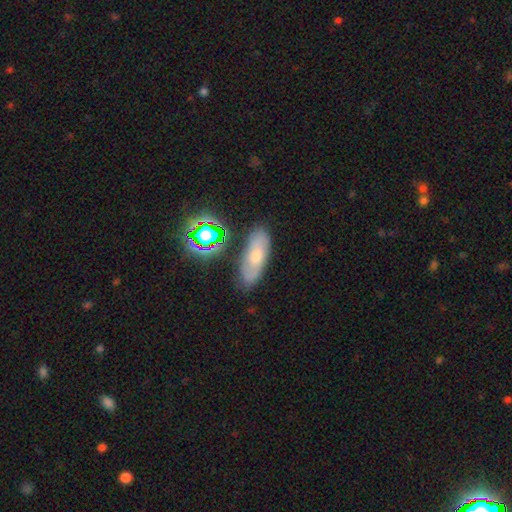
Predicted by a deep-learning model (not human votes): Smooth or featured?
  - smooth: 51% *
  - featured or disk: 34%
  - star or artifact: 15%
How rounded?
  - in between: 75% *
  - cigar-shaped: 19%
  - round: 6%
Merging?
  - none: 77% *
  - minor disturbance: 15%
  - major disturbance: 4%
  - merger: 4%